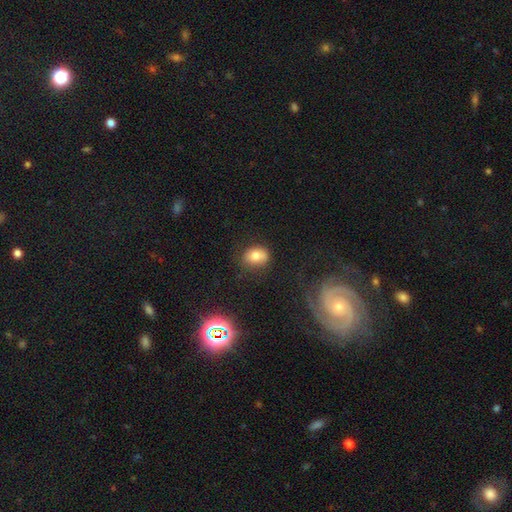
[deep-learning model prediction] Overall: smooth (75%). How rounded: in between (56%; round 42%). Merging: none (74%).